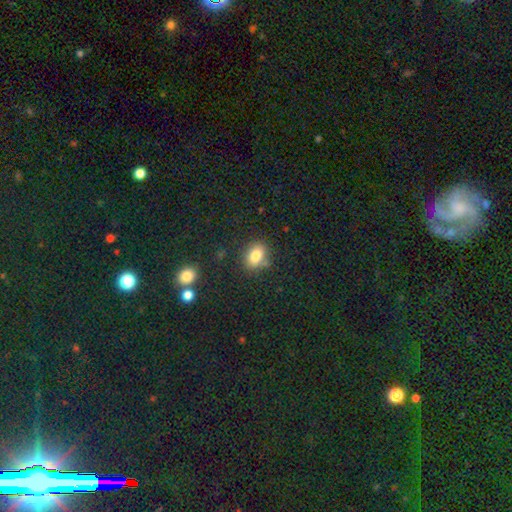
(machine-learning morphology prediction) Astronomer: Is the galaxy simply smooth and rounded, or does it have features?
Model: smooth — 82%.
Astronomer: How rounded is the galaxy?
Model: in between — 70%.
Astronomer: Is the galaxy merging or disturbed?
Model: none — 78%.